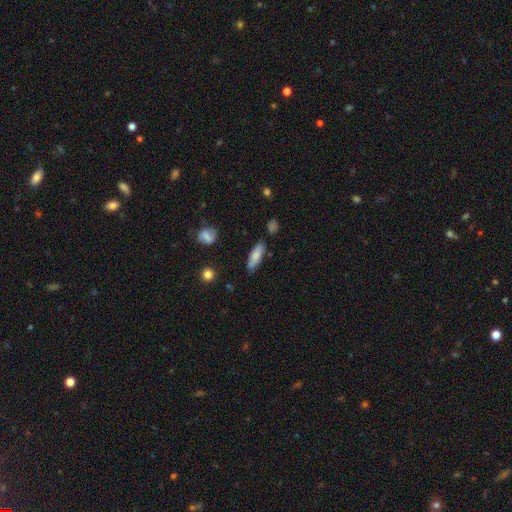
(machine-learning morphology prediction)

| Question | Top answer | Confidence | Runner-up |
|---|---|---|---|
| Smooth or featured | smooth | 79% | featured or disk (14%) |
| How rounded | cigar-shaped | 54% | in between (44%) |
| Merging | none | 81% | minor disturbance (13%) |